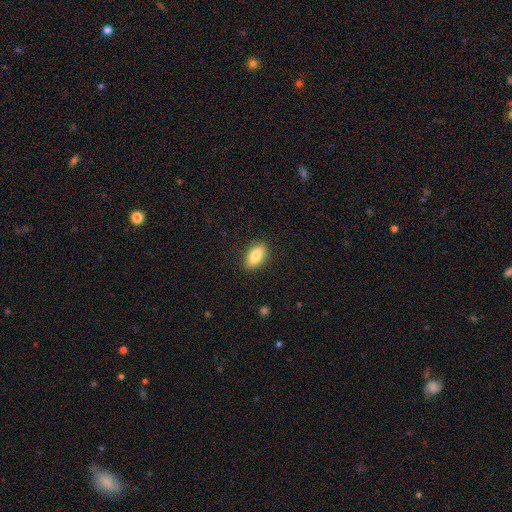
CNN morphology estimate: smooth_or_featured: smooth (p=0.82) [alt: featured or disk p=0.11]
how_rounded: in between (p=0.88) [alt: cigar-shaped p=0.08]
merging: none (p=0.88) [alt: minor disturbance p=0.09]